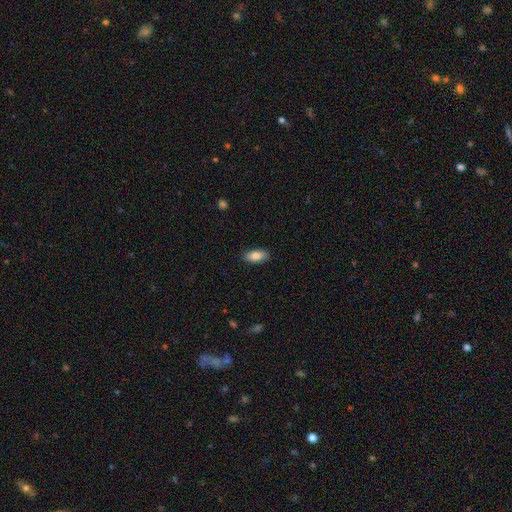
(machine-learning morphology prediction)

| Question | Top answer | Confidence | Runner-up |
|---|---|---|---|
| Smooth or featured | smooth | 83% | featured or disk (10%) |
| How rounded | in between | 89% | cigar-shaped (9%) |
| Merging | none | 88% | minor disturbance (9%) |